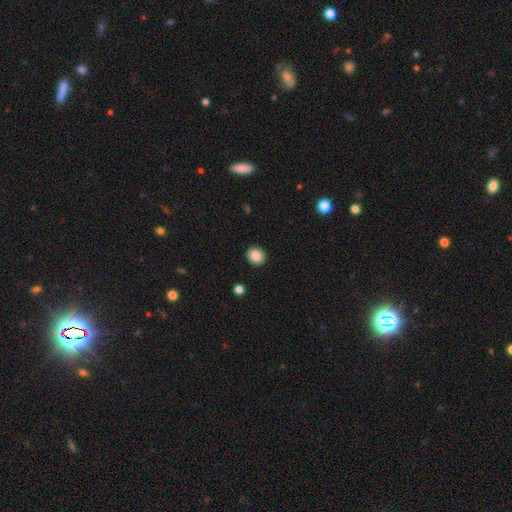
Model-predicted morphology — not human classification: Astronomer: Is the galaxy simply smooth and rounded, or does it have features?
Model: smooth — 88%.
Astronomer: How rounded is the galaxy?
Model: round — 71%.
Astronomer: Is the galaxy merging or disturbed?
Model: none — 91%.